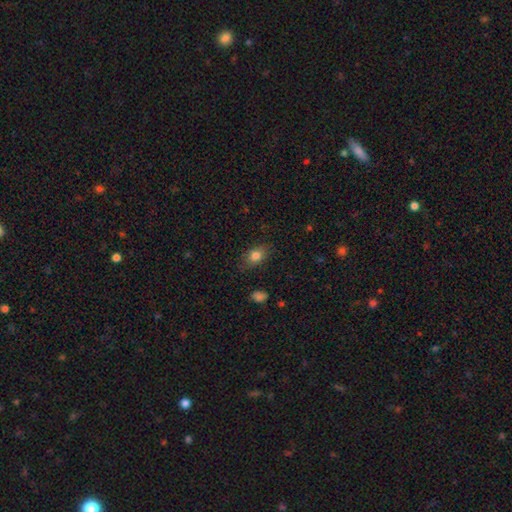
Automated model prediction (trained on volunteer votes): Smooth or featured: smooth — 80% (featured or disk — 10%)
How rounded: in between — 76% (round — 20%)
Merging: none — 80% (minor disturbance — 15%)